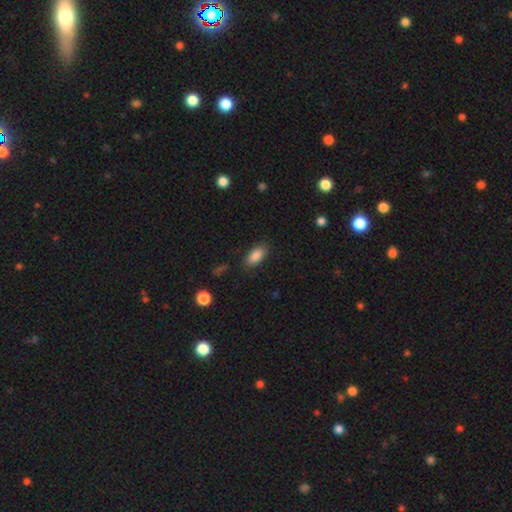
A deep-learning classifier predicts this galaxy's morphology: Smooth or featured: smooth — 87% (star or artifact — 8%)
How rounded: in between — 90% (cigar-shaped — 6%)
Merging: none — 85% (minor disturbance — 11%)